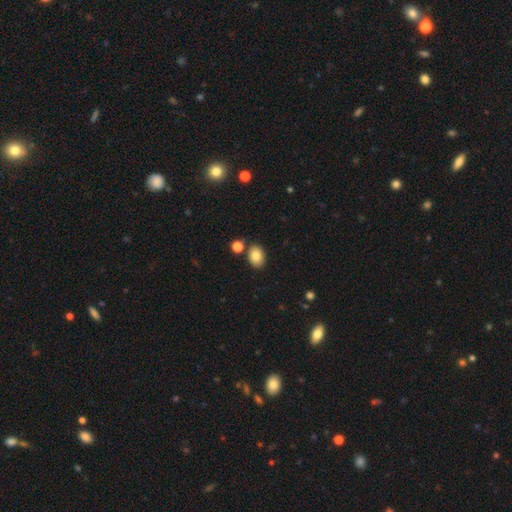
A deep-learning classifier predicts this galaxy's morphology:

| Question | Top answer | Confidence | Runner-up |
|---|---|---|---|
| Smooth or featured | smooth | 84% | star or artifact (9%) |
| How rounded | in between | 72% | round (27%) |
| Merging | none | 80% | minor disturbance (9%) |